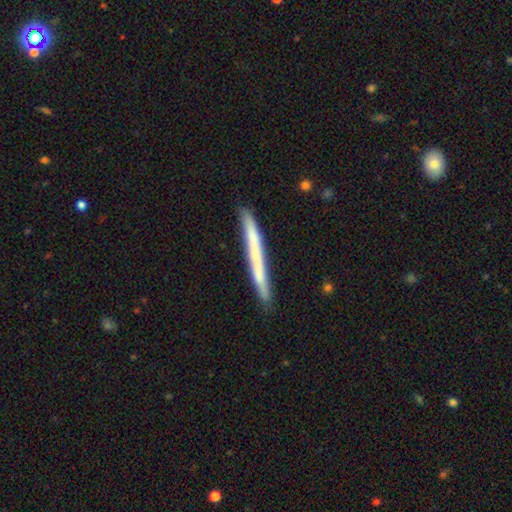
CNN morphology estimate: This appears to be a smooth galaxy with no disk features (54%) that is cigar-shaped (97%). Merging: none (86%).